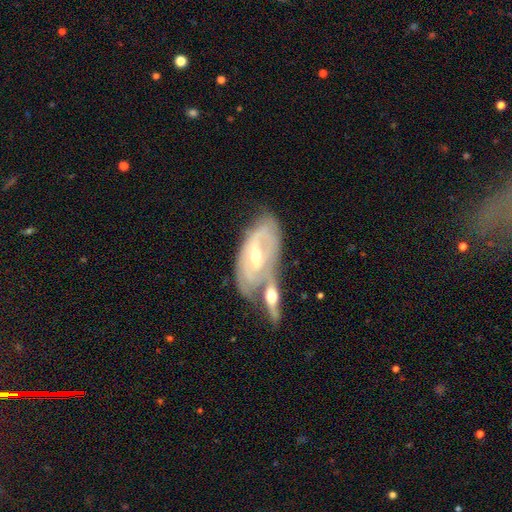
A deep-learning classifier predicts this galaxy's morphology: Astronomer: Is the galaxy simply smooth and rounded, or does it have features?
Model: featured or disk — 78%.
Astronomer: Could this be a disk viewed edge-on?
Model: no — 89%.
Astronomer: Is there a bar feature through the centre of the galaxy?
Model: weak — 41% (runner-up: no, 40%).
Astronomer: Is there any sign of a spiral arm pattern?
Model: yes — 80%.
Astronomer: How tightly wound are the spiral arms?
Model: tight — 60%.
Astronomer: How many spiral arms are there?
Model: can't tell — 44% (runner-up: 2, 42%).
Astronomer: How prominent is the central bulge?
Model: moderate — 51% (runner-up: small, 46%).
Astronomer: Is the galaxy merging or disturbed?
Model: merger — 47% (runner-up: none, 32%).